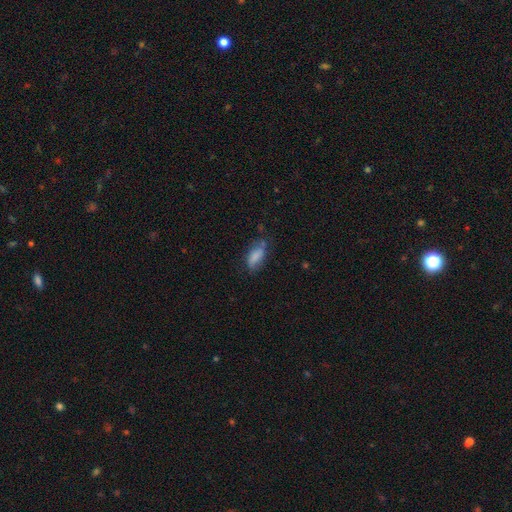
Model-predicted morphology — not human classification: This is likely a smooth galaxy (77%). How rounded: clearly in between (83%). Merging: possibly none (55%).